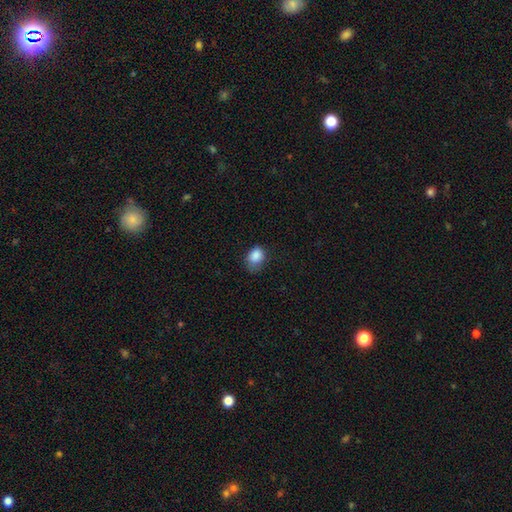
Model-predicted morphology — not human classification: smooth_or_featured: smooth (p=0.86) [alt: star or artifact p=0.09]
how_rounded: in between (p=0.64) [alt: round p=0.35]
merging: none (p=0.48) [alt: minor disturbance p=0.37]